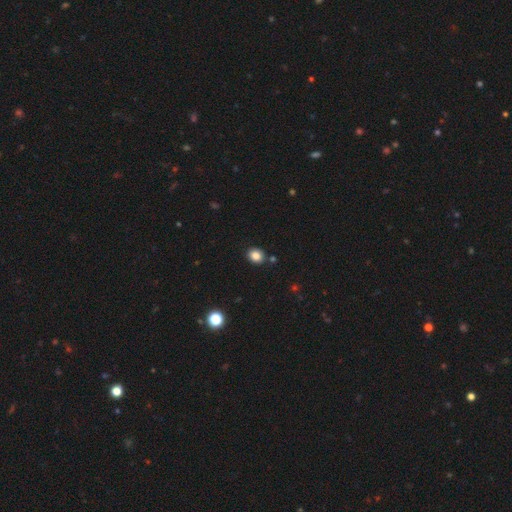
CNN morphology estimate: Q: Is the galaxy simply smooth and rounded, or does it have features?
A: smooth — 83%.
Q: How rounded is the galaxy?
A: round — 69%.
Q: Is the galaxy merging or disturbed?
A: none — 86%.